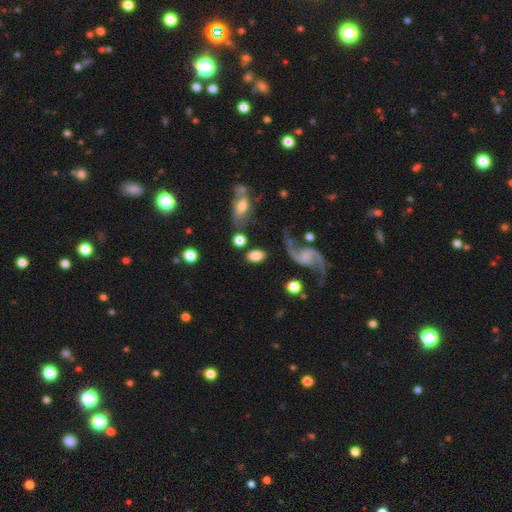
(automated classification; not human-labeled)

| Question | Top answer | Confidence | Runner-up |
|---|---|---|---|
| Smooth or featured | smooth | 71% | featured or disk (21%) |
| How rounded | in between | 83% | round (15%) |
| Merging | none | 69% | minor disturbance (15%) |